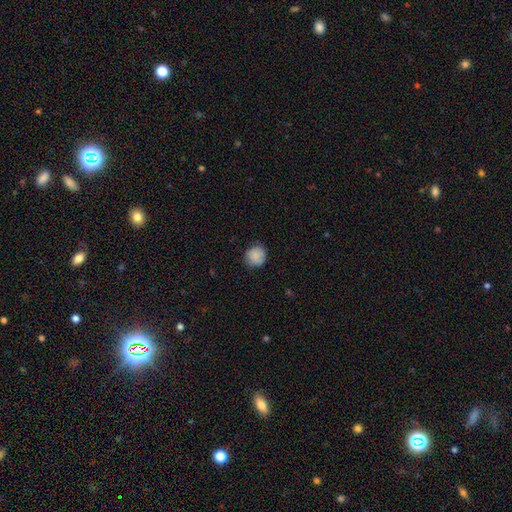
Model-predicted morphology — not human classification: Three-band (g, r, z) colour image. It shows a smooth galaxy with no disk features (86%) that is round (90%). Merging: none (82%).